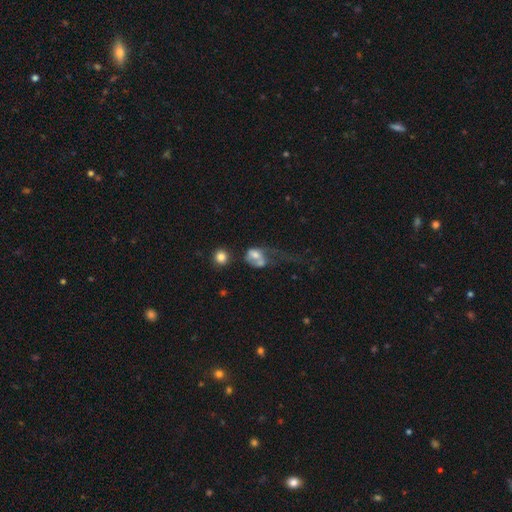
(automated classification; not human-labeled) Smooth or featured: smooth — 59% (featured or disk — 31%)
How rounded: in between — 60% (round — 38%)
Merging: merger — 38% (major disturbance — 37%)